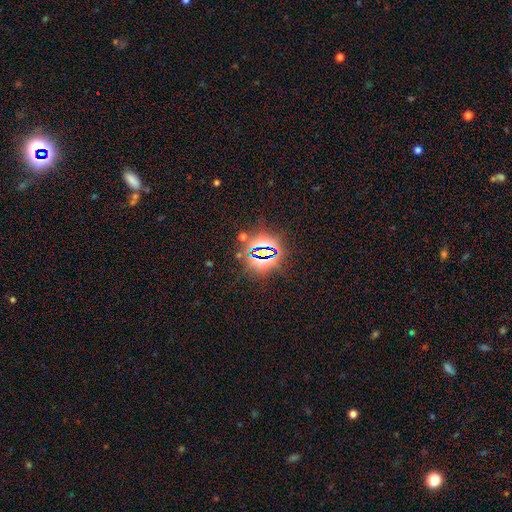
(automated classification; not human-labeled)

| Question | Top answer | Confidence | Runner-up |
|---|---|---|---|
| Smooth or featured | star or artifact | 79% | smooth (12%) |